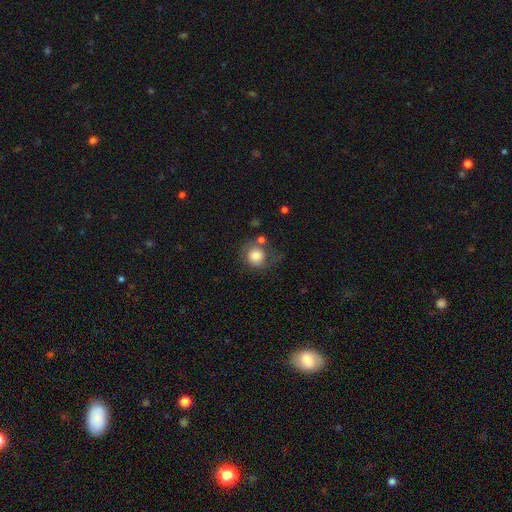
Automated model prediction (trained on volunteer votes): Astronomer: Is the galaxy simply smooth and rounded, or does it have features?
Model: smooth — 77%.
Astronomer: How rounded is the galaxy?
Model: round — 83%.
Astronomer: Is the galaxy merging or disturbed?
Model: none — 52%.